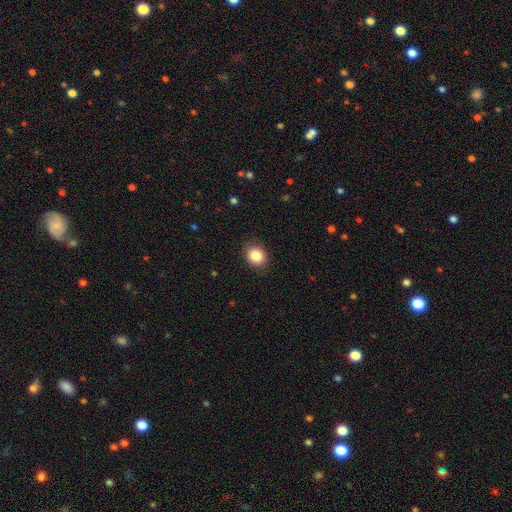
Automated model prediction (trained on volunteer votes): smooth-or-featured: smooth: 87% | star or artifact: 9% | featured or disk: 4%
  how-rounded: round: 65% | in between: 34% | cigar-shaped: 1%
  merging: none: 86% | minor disturbance: 10% | major disturbance: 3% | merger: 1%